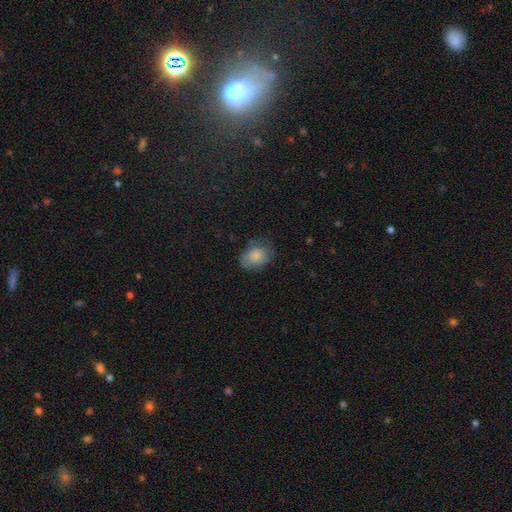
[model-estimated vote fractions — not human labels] smooth-or-featured: smooth: 80% | featured or disk: 12% | star or artifact: 8%
  how-rounded: in between: 66% | round: 33% | cigar-shaped: 1%
  merging: none: 64% | minor disturbance: 26% | major disturbance: 9% | merger: 1%